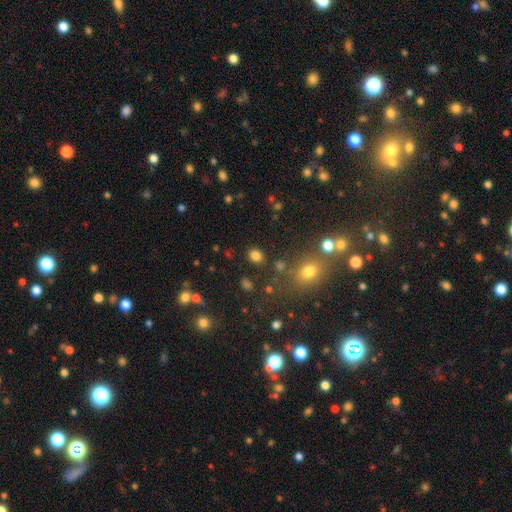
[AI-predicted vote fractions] Q: Smooth or featured?
A: smooth (79%); runner-up: star or artifact (15%)
Q: How rounded?
A: round (56%); runner-up: in between (43%)
Q: Merging?
A: none (84%); runner-up: minor disturbance (8%)